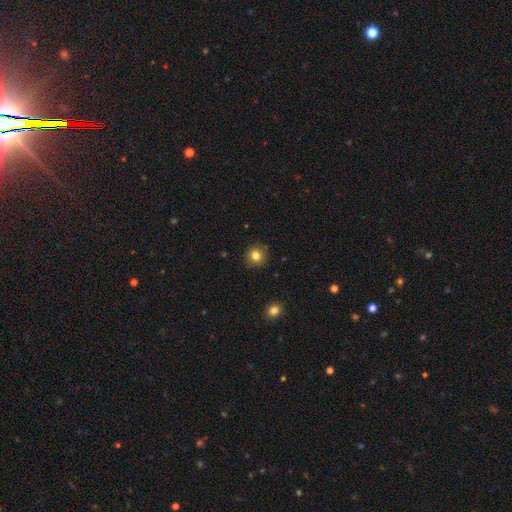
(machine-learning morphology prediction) The model was most divided on "smooth or featured": smooth: 82%, star or artifact: 11%, featured or disk: 7%. More confident: how rounded — round (91%); merging — none (90%).